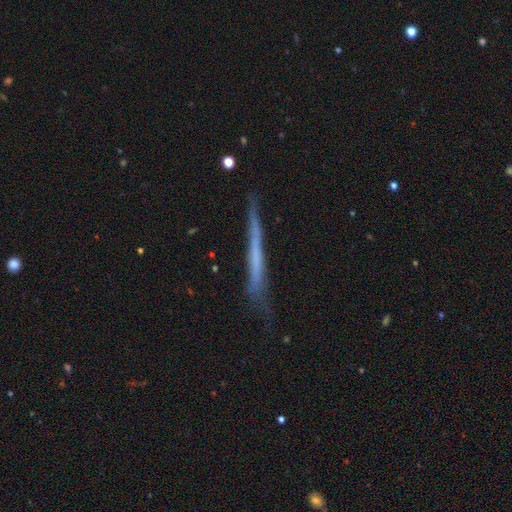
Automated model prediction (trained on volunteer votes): smooth_or_featured: featured or disk (p=0.51) [alt: smooth p=0.42]
disk_edge_on: yes (p=0.94) [alt: no p=0.06]
merging: none (p=0.76) [alt: minor disturbance p=0.18]